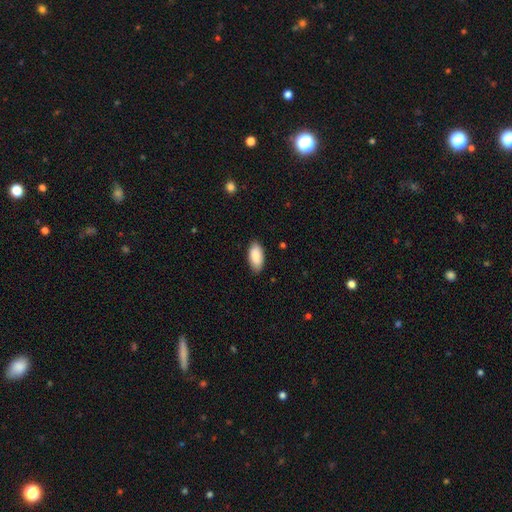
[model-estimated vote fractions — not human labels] This appears to be a smooth galaxy with no disk features (88%) that is in between round and cigar-shaped (93%). Merging: none (84%).